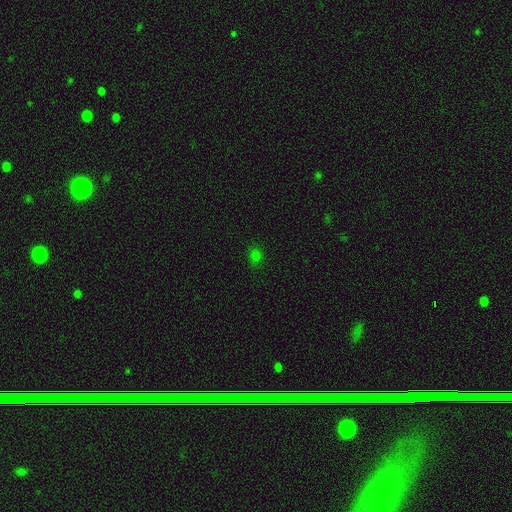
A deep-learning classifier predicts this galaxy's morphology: The model was most divided on "how rounded": round: 64%, in between: 35%, cigar-shaped: 1%. More confident: merging — none (84%); smooth or featured — smooth (71%).